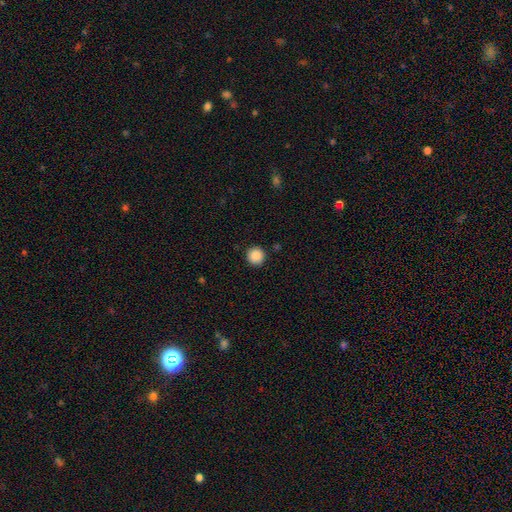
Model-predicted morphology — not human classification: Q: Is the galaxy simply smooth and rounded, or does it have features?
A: smooth — 88%.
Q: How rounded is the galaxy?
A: round — 95%.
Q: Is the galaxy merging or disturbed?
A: none — 91%.